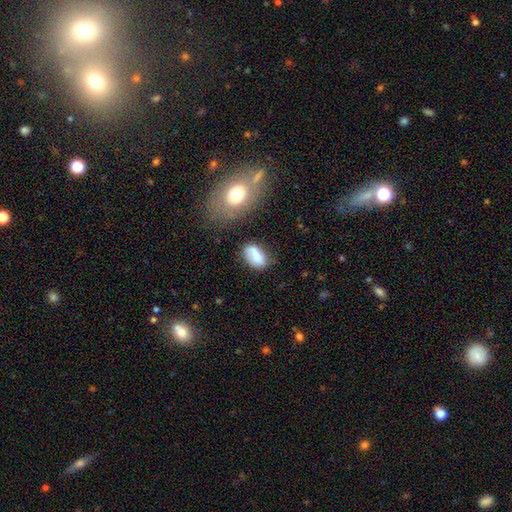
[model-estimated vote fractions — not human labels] Smooth or featured: smooth — 68% (featured or disk — 23%)
How rounded: in between — 85% (round — 9%)
Merging: none — 60% (minor disturbance — 23%)